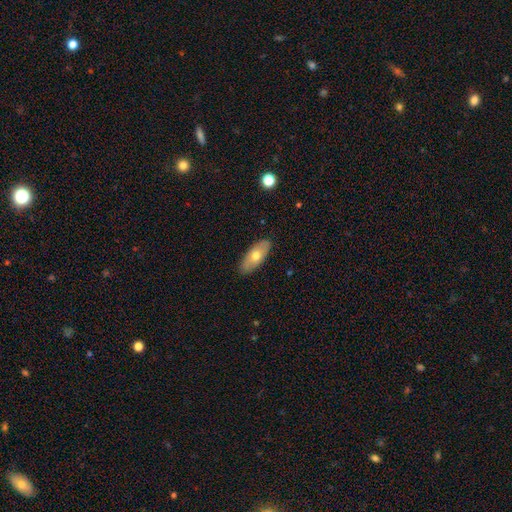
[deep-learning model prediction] A smooth galaxy with no disk features (63%) that is in between round and cigar-shaped (83%). Merging: none (88%).